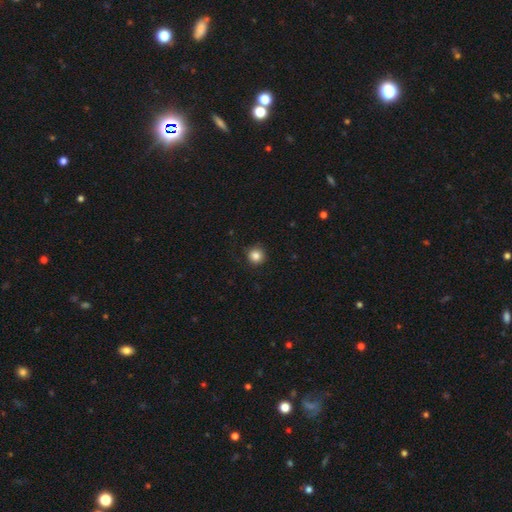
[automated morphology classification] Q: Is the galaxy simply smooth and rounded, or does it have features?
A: smooth — 85%.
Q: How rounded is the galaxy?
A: round — 94%.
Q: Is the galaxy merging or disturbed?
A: none — 88%.